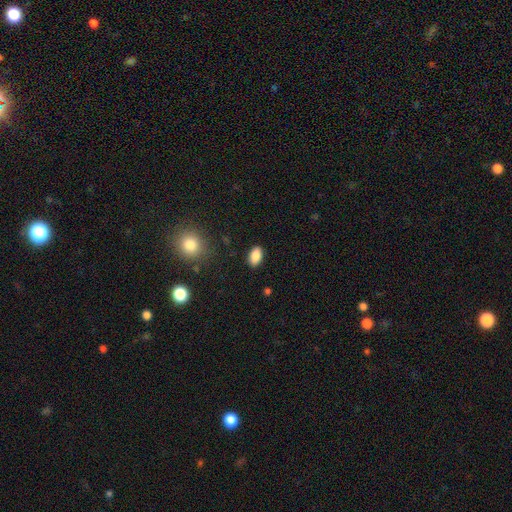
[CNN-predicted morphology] Smooth or featured? smooth (86%)
How rounded? in between (91%)
Merging? none (88%)